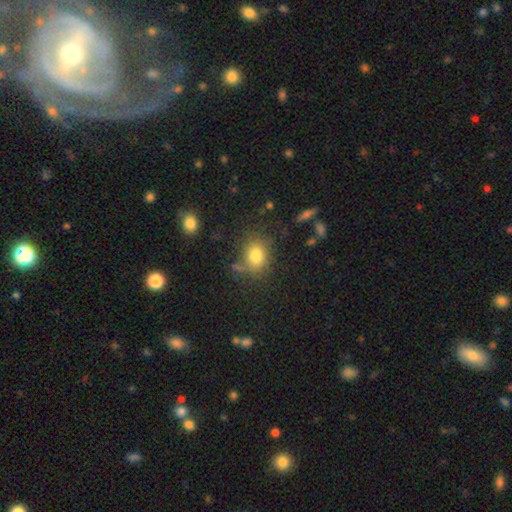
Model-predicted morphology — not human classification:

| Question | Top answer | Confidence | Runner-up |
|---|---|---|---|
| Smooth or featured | smooth | 79% | star or artifact (12%) |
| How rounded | round | 50% | in between (49%) |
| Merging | none | 68% | minor disturbance (18%) |